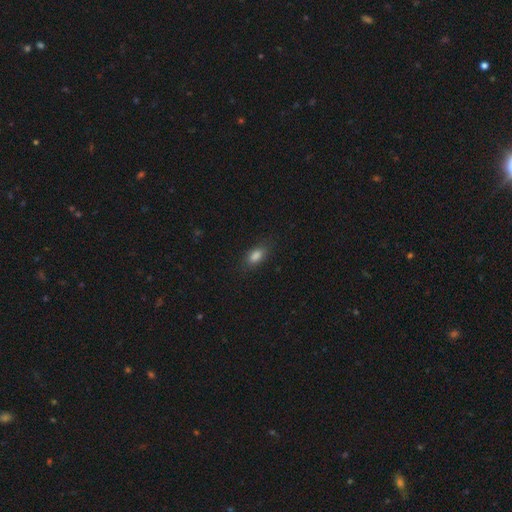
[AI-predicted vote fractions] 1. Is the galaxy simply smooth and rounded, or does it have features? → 83% smooth, 11% star or artifact, 6% featured or disk.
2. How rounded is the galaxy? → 84% in between, 9% cigar-shaped, 7% round.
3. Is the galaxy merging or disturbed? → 82% none, 13% minor disturbance, 4% major disturbance, 1% merger.